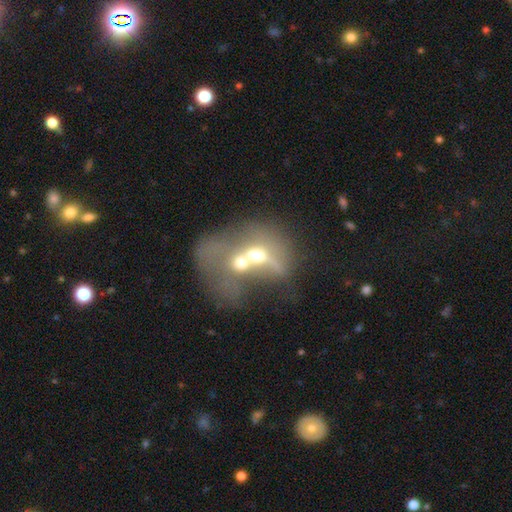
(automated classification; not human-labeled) Smooth or featured? featured or disk (47%)
Merging? merger (79%)